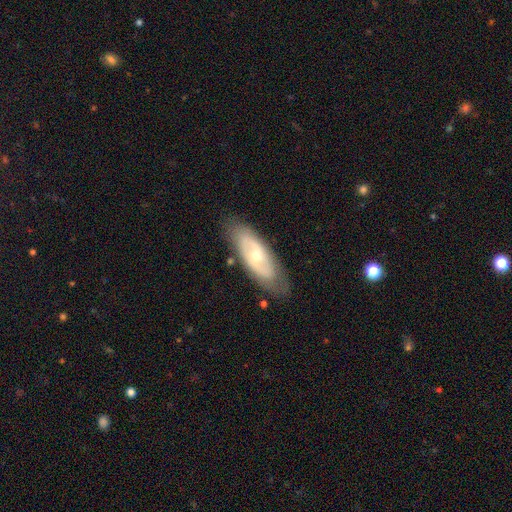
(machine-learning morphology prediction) featured or disk 66%, smooth 28%, star or artifact 6%. Down the decision tree: edge-on disk — no (85%); bar — no (62%); spiral arms — yes (59%); bulge size — small (52%); merging — none (80%).